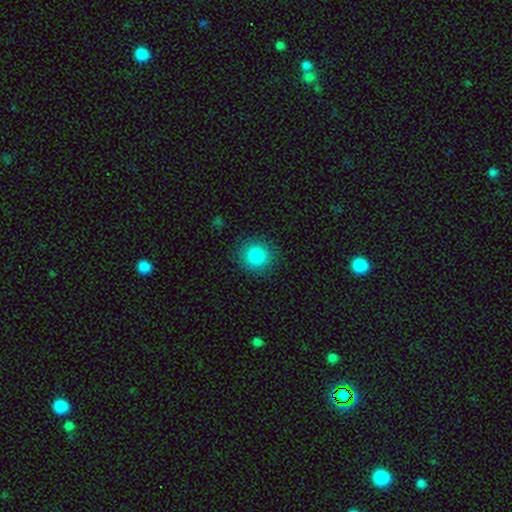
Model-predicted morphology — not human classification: The model was most divided on "how rounded": round: 87%, in between: 12%, cigar-shaped: 1%. More confident: merging — none (88%); smooth or featured — smooth (86%).